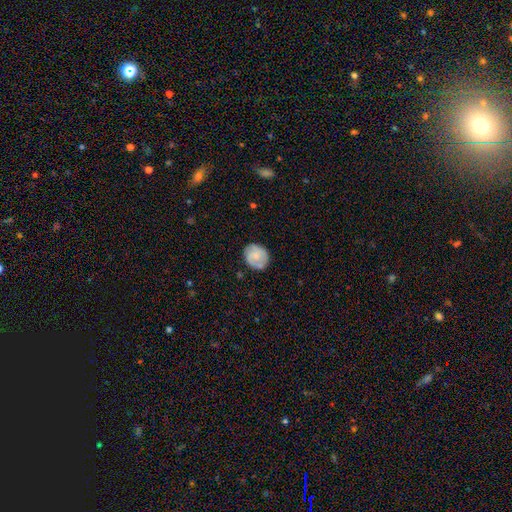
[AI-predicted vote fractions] Smooth or featured?
  - smooth: 53% *
  - featured or disk: 40%
  - star or artifact: 7%
How rounded?
  - round: 73% *
  - in between: 26%
  - cigar-shaped: 1%
Merging?
  - none: 79% *
  - minor disturbance: 16%
  - major disturbance: 4%
  - merger: 1%